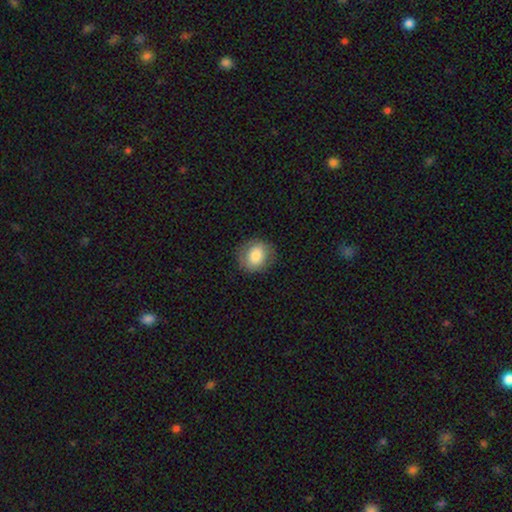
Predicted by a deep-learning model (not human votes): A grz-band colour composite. It shows a smooth galaxy with no disk features (76%) that is round (75%). Merging: none (82%).